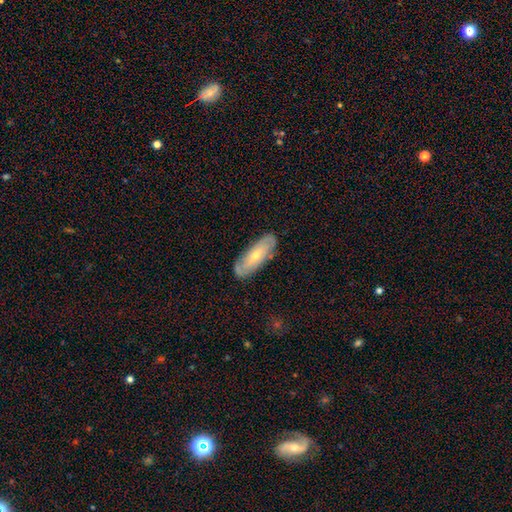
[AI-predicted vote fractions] smooth_or_featured: featured or disk (p=0.58) [alt: smooth p=0.36]
disk_edge_on: no (p=0.81) [alt: yes p=0.19]
merging: none (p=0.83) [alt: minor disturbance p=0.13]